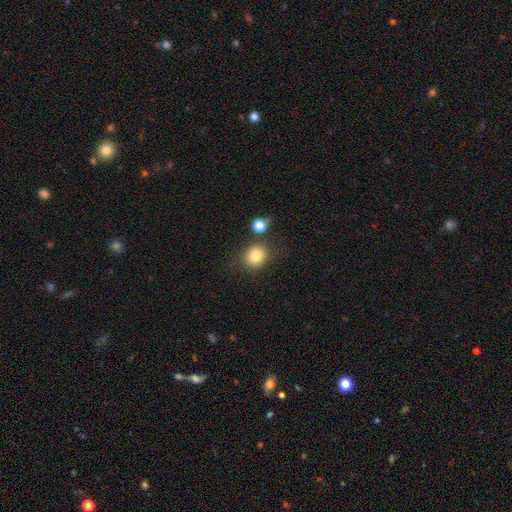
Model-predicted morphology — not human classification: Overall: smooth (81%). How rounded: round (73%). Merging: none (77%).